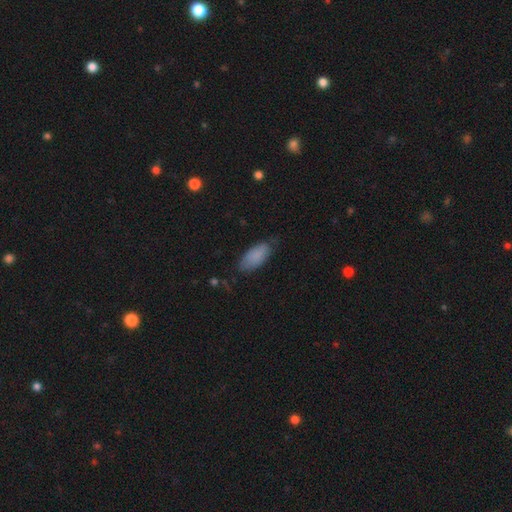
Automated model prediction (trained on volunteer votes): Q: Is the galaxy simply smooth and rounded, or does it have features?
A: smooth — 85%.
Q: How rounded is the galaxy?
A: in between — 87%.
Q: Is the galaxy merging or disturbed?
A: none — 68%.